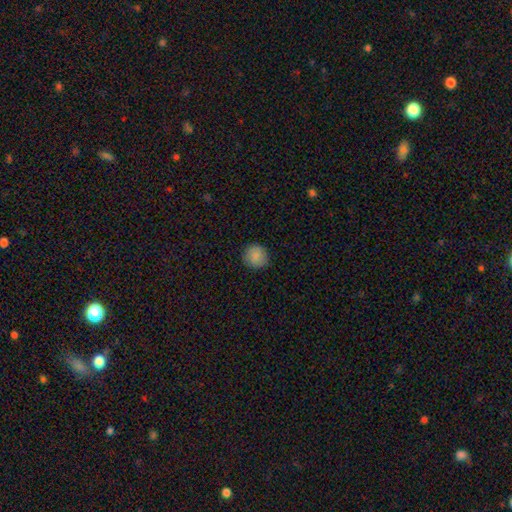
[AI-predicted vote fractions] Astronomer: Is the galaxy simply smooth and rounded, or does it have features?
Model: smooth — 84%.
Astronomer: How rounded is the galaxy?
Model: round — 91%.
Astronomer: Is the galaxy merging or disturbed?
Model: none — 87%.